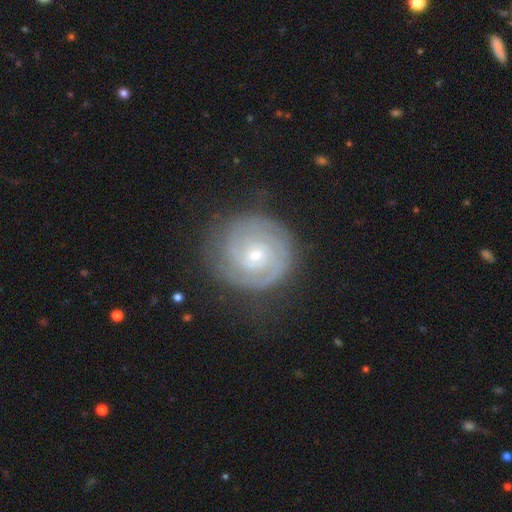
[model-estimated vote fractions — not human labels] Smooth or featured? Predicted: featured or disk (p=0.83). Edge-on disk? Predicted: no (p=0.98). Bar? Predicted: no (p=0.62). Spiral arms? Predicted: yes (p=0.96). Spiral winding? Predicted: tight (p=0.80). Spiral arm count? Predicted: 2 (p=0.44). Bulge size? Predicted: small (p=0.65). Merging? Predicted: none (p=0.79).